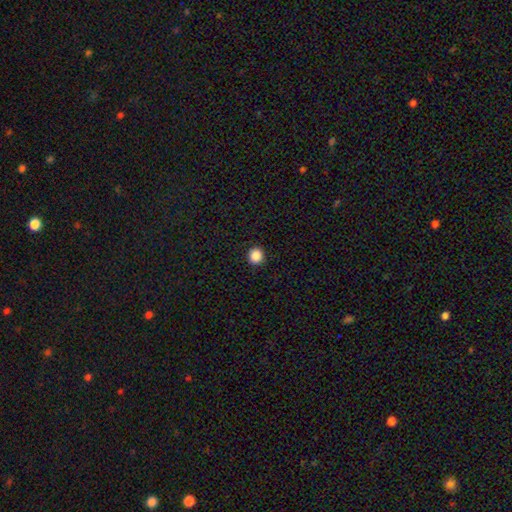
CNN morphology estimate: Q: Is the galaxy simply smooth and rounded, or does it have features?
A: smooth — 88%.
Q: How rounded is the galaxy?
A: round — 92%.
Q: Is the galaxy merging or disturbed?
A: none — 93%.